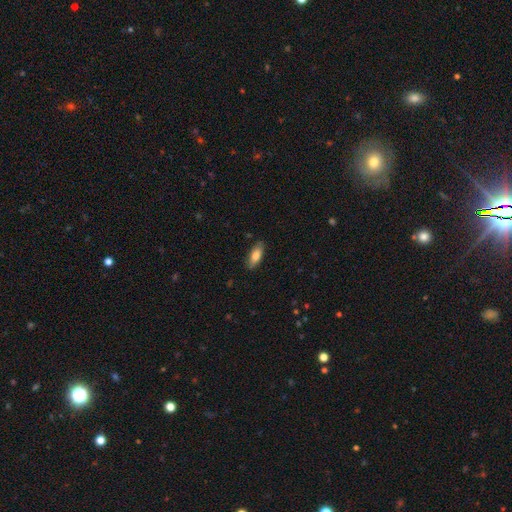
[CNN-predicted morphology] Smooth or featured? Predicted: smooth (p=0.79). How rounded? Predicted: in between (p=0.72). Merging? Predicted: none (p=0.85).